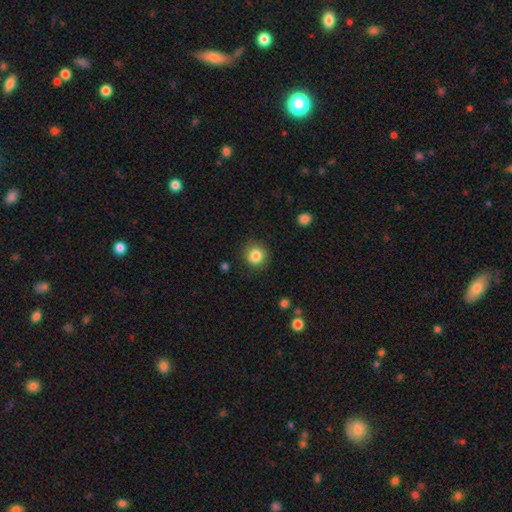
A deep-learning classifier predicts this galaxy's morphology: This appears to be a smooth galaxy with no disk features (84%) that is round (90%). Merging: none (88%).